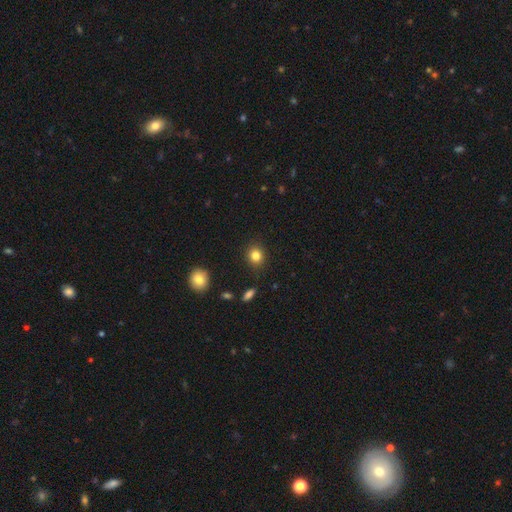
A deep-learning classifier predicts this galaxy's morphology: type=smooth (83%); roundness=round (77%); merging=none (88%).